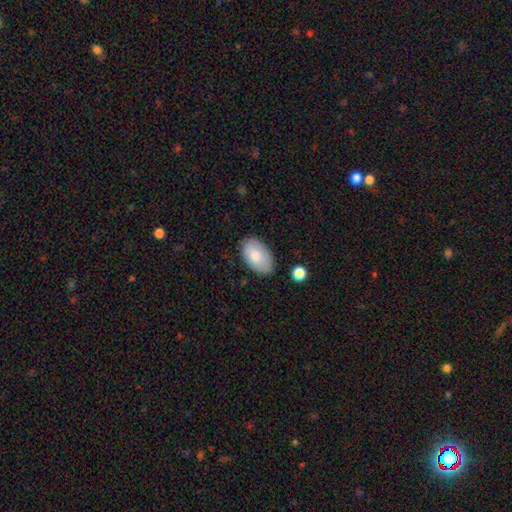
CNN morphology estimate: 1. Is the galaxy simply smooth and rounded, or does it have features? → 80% smooth, 14% featured or disk, 6% star or artifact.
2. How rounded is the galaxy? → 95% in between, 4% round, 1% cigar-shaped.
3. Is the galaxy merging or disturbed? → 79% none, 16% minor disturbance, 3% major disturbance, 2% merger.